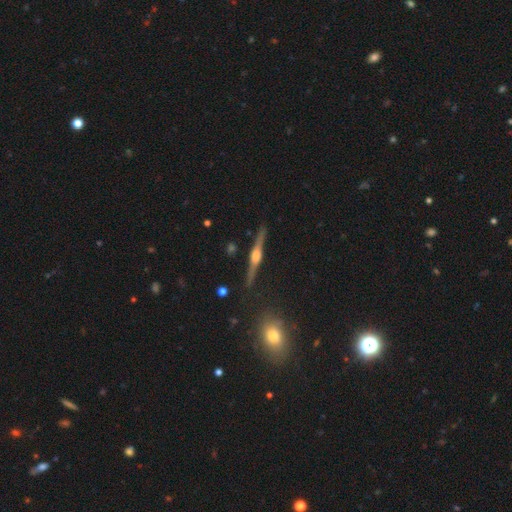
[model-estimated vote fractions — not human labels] A featured or disk galaxy (86%) viewed edge-on (98%) with a rounded central bulge (89%).

Vote fractions:
- Smooth or featured? featured or disk: 86% / smooth: 9% / star or artifact: 6%
- Edge-on disk? yes: 98% / no: 2%
- Edge-on bulge? rounded: 89% / boxy: 8% / none: 3%
- Merging? none: 90% / minor disturbance: 7% / major disturbance: 2% / merger: 2%